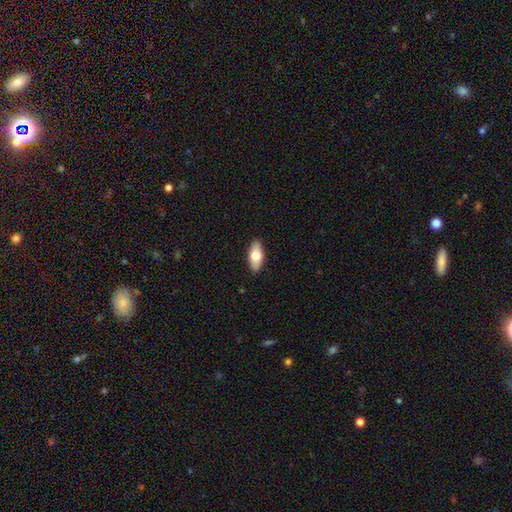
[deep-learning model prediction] Smooth or featured? Predicted: smooth (p=0.70). How rounded? Predicted: in between (p=0.85). Merging? Predicted: none (p=0.89).